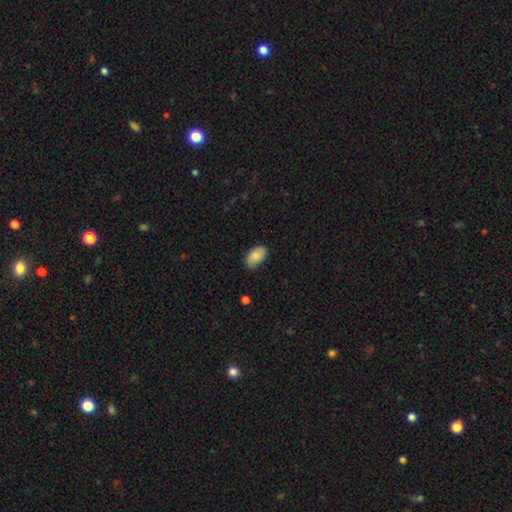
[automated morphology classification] Smooth or featured: smooth — 85% (featured or disk — 9%)
How rounded: in between — 94% (round — 4%)
Merging: none — 80% (minor disturbance — 17%)